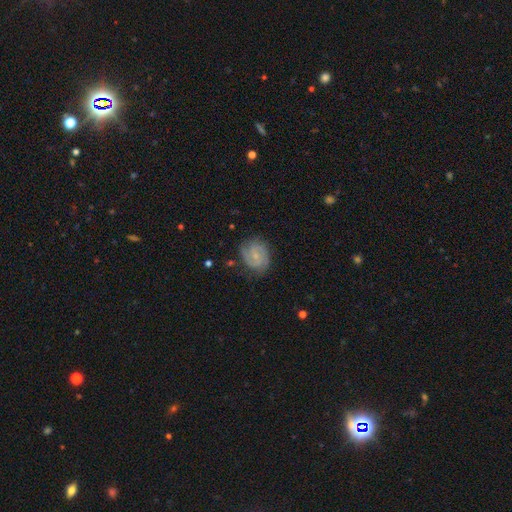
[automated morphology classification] The model was most divided on "spiral winding": tight: 48%, medium: 41%, loose: 11%. More confident: edge-on disk — no (98%); spiral arms — yes (95%); smooth or featured — featured or disk (77%); merging — none (74%); bulge size — small (72%); spiral arm count — 2 (64%); bar — no (56%).